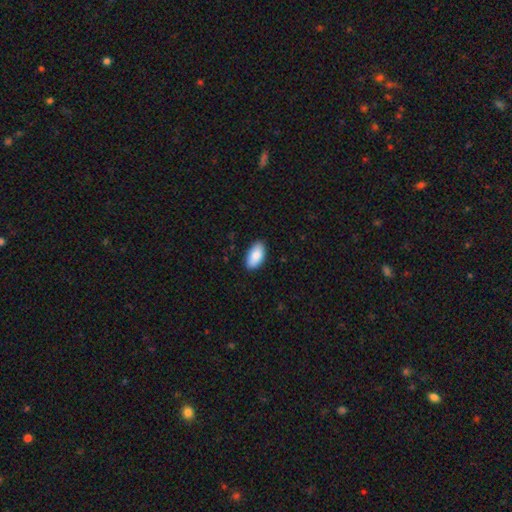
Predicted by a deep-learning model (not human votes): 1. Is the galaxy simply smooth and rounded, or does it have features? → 88% smooth, 6% star or artifact, 5% featured or disk.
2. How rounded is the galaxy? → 95% in between, 3% cigar-shaped, 2% round.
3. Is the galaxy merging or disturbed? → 86% none, 11% minor disturbance, 2% major disturbance, 1% merger.